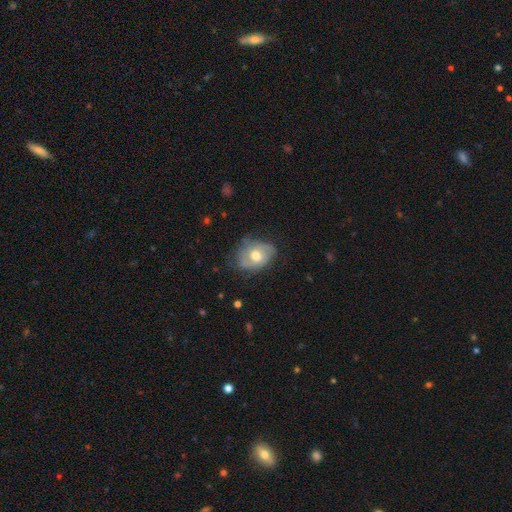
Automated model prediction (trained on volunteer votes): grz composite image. It shows a featured or disk galaxy (51%). Merging: none (63%).